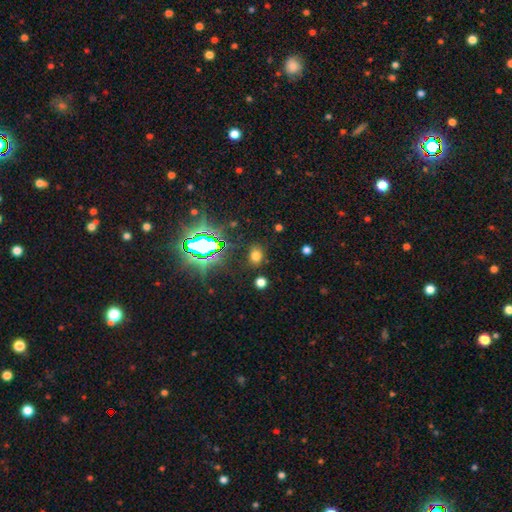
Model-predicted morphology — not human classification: Overall: smooth (65%; star or artifact 28%). How rounded: in between (53%; round 45%). Merging: none (83%).